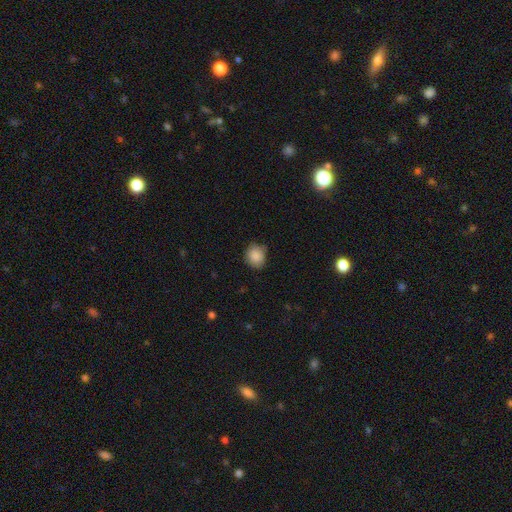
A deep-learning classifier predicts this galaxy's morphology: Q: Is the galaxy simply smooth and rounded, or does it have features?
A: smooth — 88%.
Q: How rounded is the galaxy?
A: round — 72%.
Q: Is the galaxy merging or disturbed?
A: none — 76%.